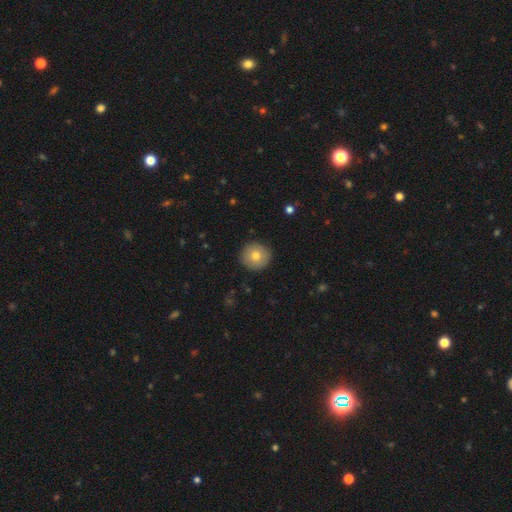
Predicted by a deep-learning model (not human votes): Smooth or featured?
  - smooth: 75% *
  - featured or disk: 17%
  - star or artifact: 8%
How rounded?
  - round: 93% *
  - in between: 6%
  - cigar-shaped: 1%
Merging?
  - none: 89% *
  - minor disturbance: 8%
  - major disturbance: 2%
  - merger: 1%